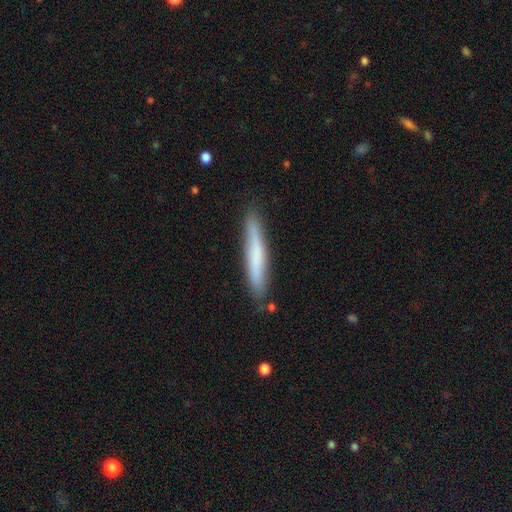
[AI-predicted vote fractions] A smooth galaxy with no disk features (63%) that is cigar-shaped (95%).

Vote fractions:
- Smooth or featured? smooth: 63% / featured or disk: 30% / star or artifact: 7%
- How rounded? cigar-shaped: 95% / in between: 4% / round: 1%
- Merging? none: 86% / minor disturbance: 11% / major disturbance: 2% / merger: 1%